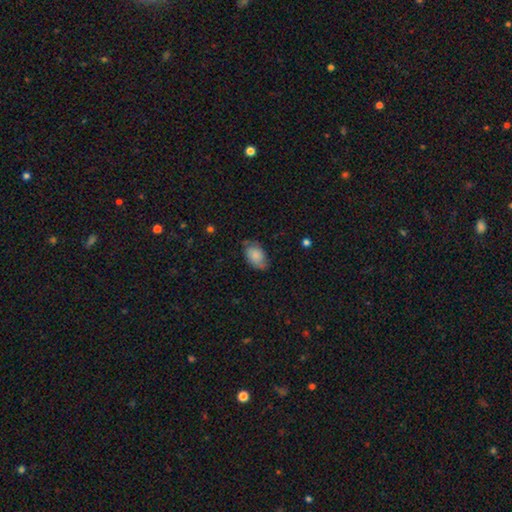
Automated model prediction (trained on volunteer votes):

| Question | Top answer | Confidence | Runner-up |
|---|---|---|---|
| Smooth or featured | smooth | 76% | featured or disk (17%) |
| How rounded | in between | 91% | round (7%) |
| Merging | none | 65% | minor disturbance (27%) |